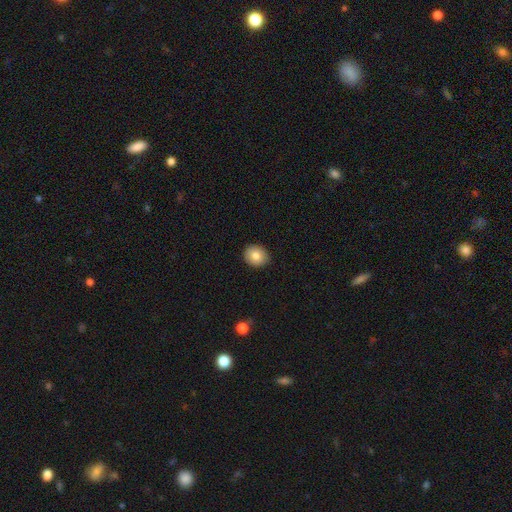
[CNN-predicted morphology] The model was most divided on "how rounded": round: 71%, in between: 28%, cigar-shaped: 1%. More confident: merging — none (90%); smooth or featured — smooth (83%).